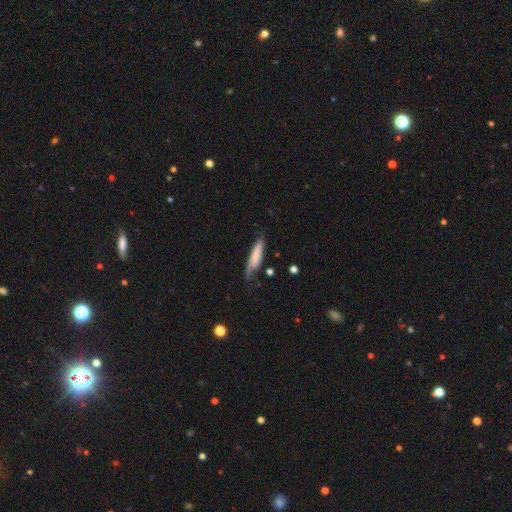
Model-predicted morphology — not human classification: Overall: smooth (68%). How rounded: cigar-shaped (74%). Merging: none (51%; minor disturbance 34%).